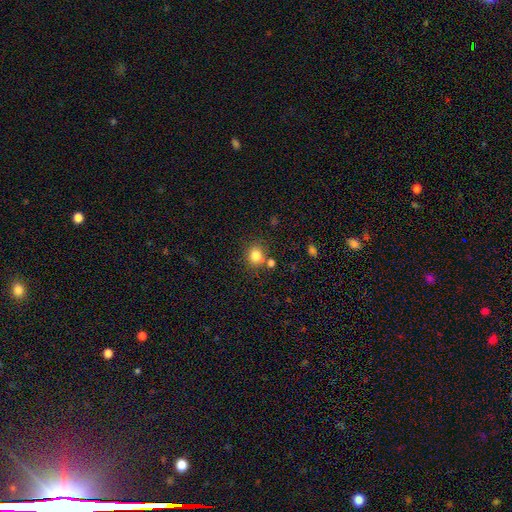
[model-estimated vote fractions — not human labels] Smooth or featured: smooth — 81% (star or artifact — 12%)
How rounded: round — 77% (in between — 22%)
Merging: none — 71% (merger — 14%)